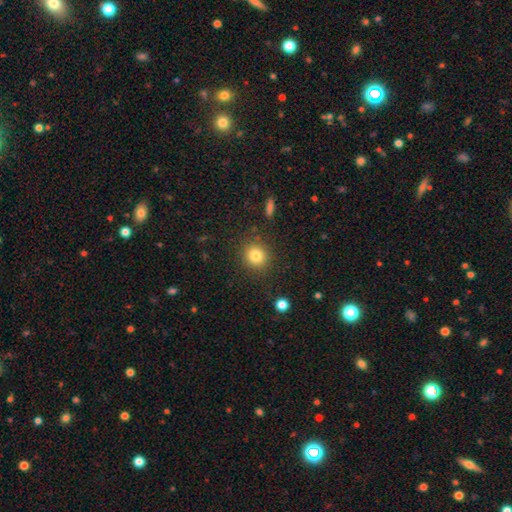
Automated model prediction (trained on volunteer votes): The model was most divided on "smooth or featured": smooth: 82%, star or artifact: 11%, featured or disk: 7%. More confident: merging — none (87%); how rounded — round (87%).